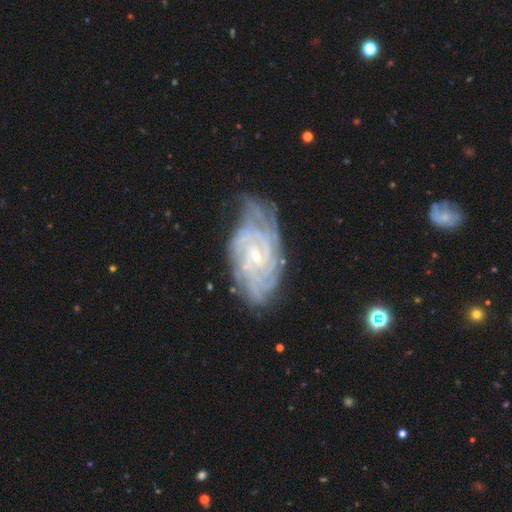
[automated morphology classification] Q: Smooth or featured?
A: featured or disk (88%); runner-up: star or artifact (6%)
Q: Edge-on disk?
A: no (96%); runner-up: yes (4%)
Q: Bar?
A: no (45%); runner-up: weak (42%)
Q: Spiral arms?
A: yes (98%); runner-up: no (2%)
Q: Spiral winding?
A: tight (77%); runner-up: medium (19%)
Q: Spiral arm count?
A: can't tell (29%); runner-up: 4 (23%)
Q: Bulge size?
A: small (79%); runner-up: moderate (17%)
Q: Merging?
A: none (63%); runner-up: minor disturbance (26%)